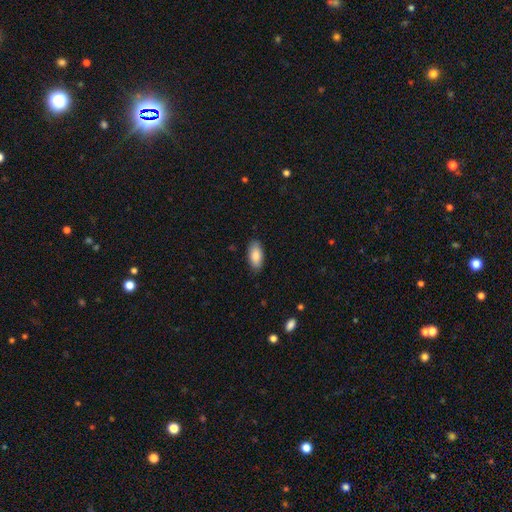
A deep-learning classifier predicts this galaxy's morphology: Smooth or featured? smooth (86%)
How rounded? in between (91%)
Merging? none (86%)